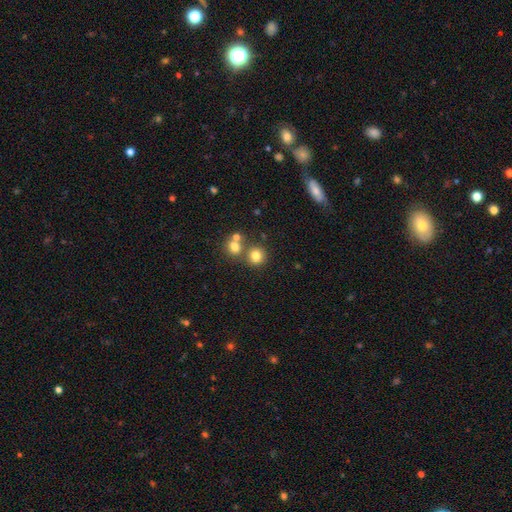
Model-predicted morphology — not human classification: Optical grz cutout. It shows a smooth galaxy with no disk features (77%) that is round (90%). Merging: none (67%).